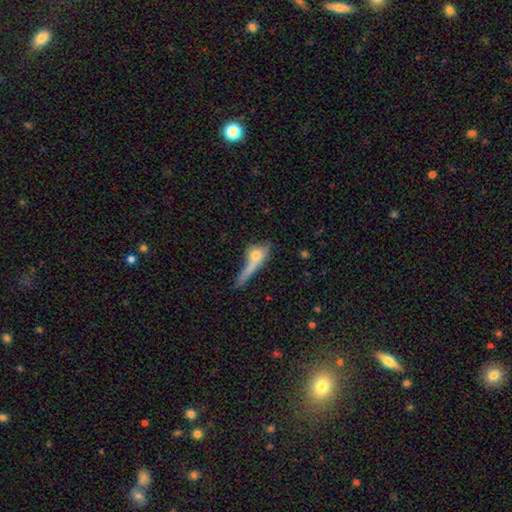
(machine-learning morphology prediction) smooth_or_featured: smooth (p=0.54) [alt: featured or disk p=0.34]
how_rounded: cigar-shaped (p=0.46) [alt: in between p=0.33]
merging: major disturbance (p=0.33) [alt: none p=0.29]